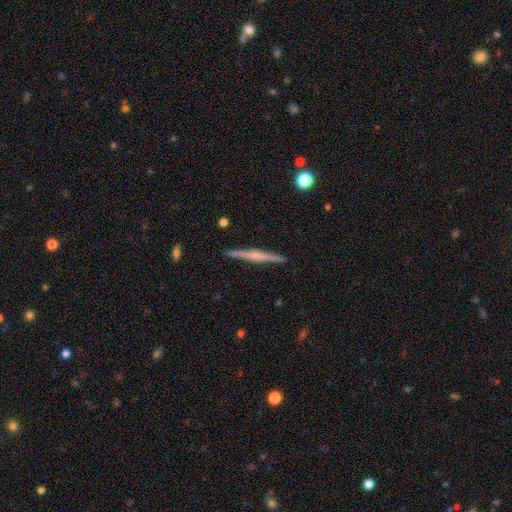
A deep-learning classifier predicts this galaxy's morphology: Smooth or featured: featured or disk — 70% (smooth — 24%)
Edge-on disk: yes — 98% (no — 2%)
Edge-on bulge: rounded — 57% (none — 26%)
Merging: none — 92% (minor disturbance — 5%)